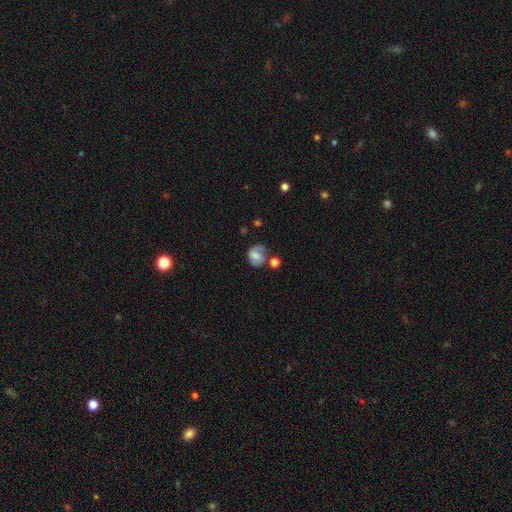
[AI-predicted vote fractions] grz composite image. It shows a smooth galaxy with no disk features (56%) that is round (62%). Merging: none (48%).